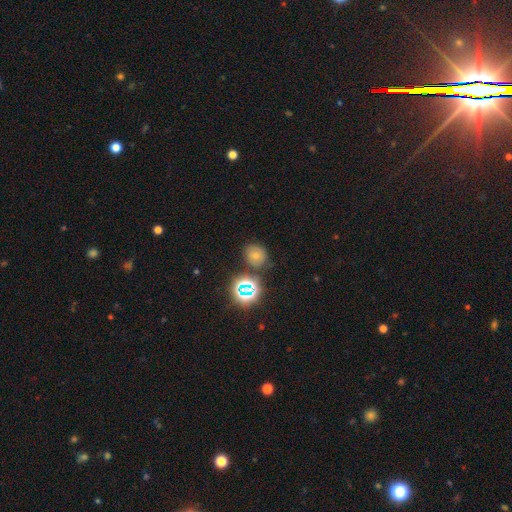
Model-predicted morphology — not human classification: A smooth galaxy with no disk features (58%) that is round (74%). Merging: none (73%).